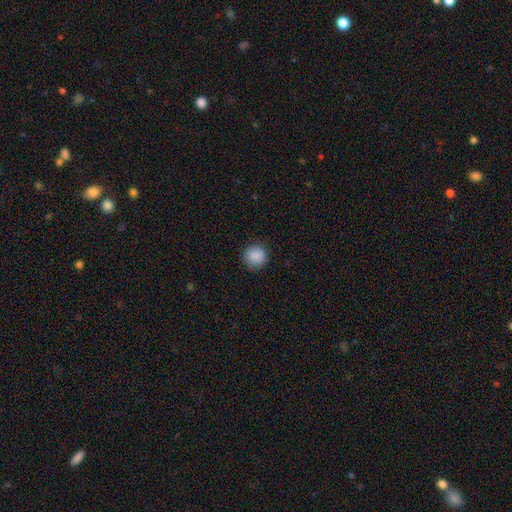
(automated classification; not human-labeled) Smooth or featured?
  - smooth: 89% *
  - star or artifact: 8%
  - featured or disk: 3%
How rounded?
  - round: 94% *
  - in between: 5%
  - cigar-shaped: 1%
Merging?
  - none: 90% *
  - minor disturbance: 7%
  - major disturbance: 2%
  - merger: 1%